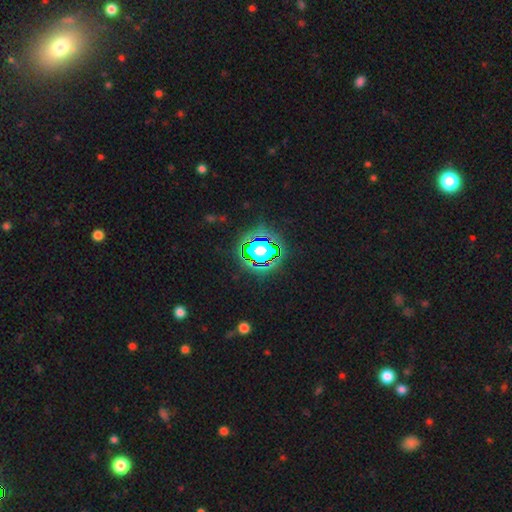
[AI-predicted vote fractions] smooth-or-featured: star or artifact: 76% | smooth: 15% | featured or disk: 9%